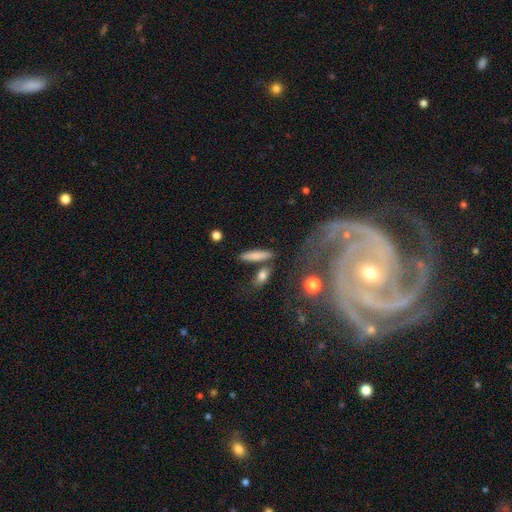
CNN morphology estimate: Smooth or featured: smooth — 80% (featured or disk — 13%)
How rounded: cigar-shaped — 74% (in between — 23%)
Merging: none — 74% (merger — 11%)